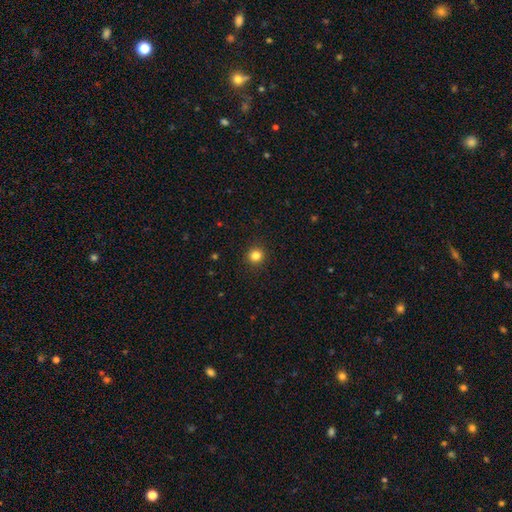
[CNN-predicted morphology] Smooth or featured? Predicted: smooth (p=0.83). How rounded? Predicted: round (p=0.91). Merging? Predicted: none (p=0.92).